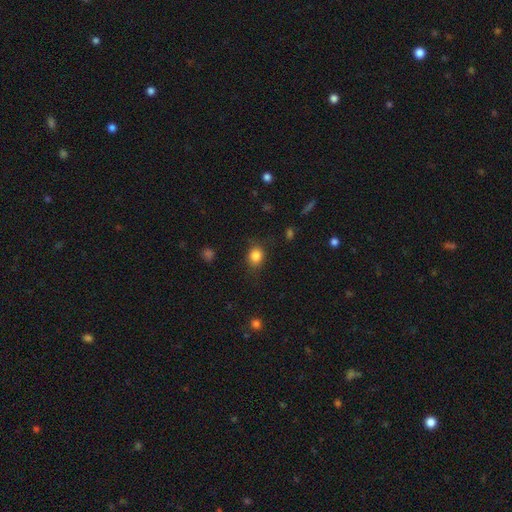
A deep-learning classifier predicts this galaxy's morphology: Overall: smooth (84%). How rounded: round (63%; in between 36%). Merging: none (78%).